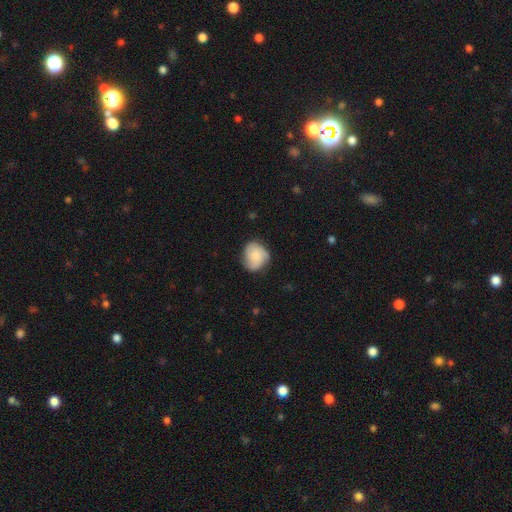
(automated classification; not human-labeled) Smooth or featured: smooth — 54% (featured or disk — 39%)
How rounded: round — 72% (in between — 27%)
Merging: none — 71% (minor disturbance — 22%)